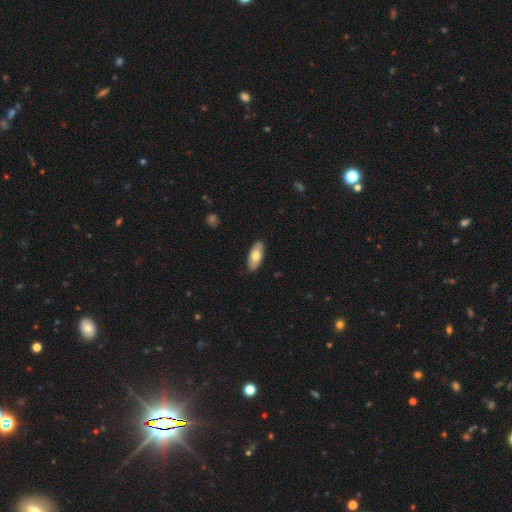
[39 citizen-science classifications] smooth_or_featured: smooth (p=0.69) [alt: featured or disk p=0.26]
how_rounded: in between (p=0.93) [alt: cigar-shaped p=0.07]
merging: none (p=0.76) [alt: minor disturbance p=0.19]